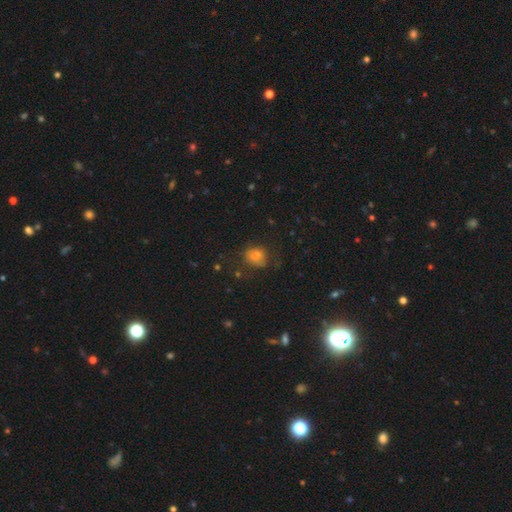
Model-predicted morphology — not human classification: Smooth or featured?
  - smooth: 64% *
  - star or artifact: 21%
  - featured or disk: 14%
How rounded?
  - round: 60% *
  - in between: 39%
  - cigar-shaped: 1%
Merging?
  - none: 65% *
  - minor disturbance: 21%
  - major disturbance: 13%
  - merger: 2%